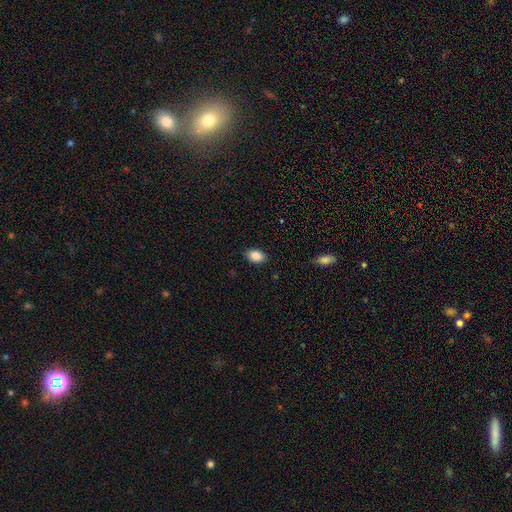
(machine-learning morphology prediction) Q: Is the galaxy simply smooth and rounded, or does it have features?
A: smooth — 87%.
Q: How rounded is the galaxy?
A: in between — 86%.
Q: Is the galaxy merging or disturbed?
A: none — 87%.